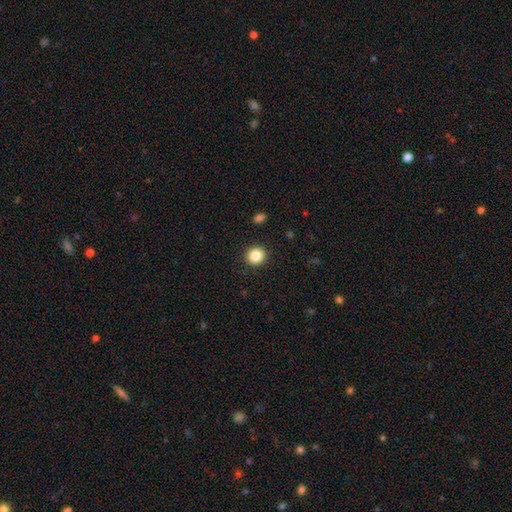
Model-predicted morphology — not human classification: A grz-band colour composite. It shows a smooth galaxy with no disk features (85%) that is round (93%). Merging: none (92%).